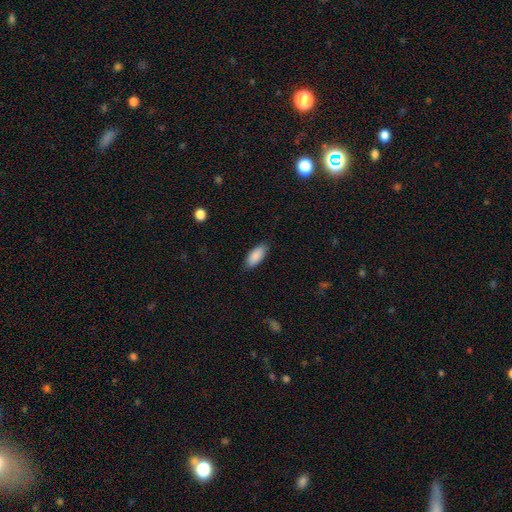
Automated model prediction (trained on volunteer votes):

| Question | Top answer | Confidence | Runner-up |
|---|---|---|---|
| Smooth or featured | smooth | 89% | star or artifact (6%) |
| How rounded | in between | 86% | cigar-shaped (13%) |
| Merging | none | 85% | minor disturbance (11%) |